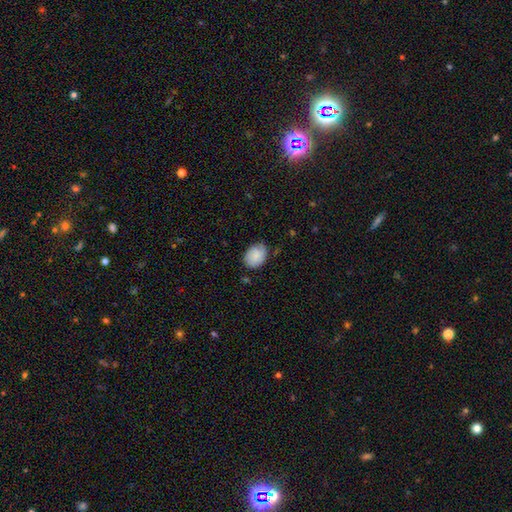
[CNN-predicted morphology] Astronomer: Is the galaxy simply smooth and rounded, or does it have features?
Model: smooth — 80%.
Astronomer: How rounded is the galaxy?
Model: in between — 72%.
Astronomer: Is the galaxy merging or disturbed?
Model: none — 66%.